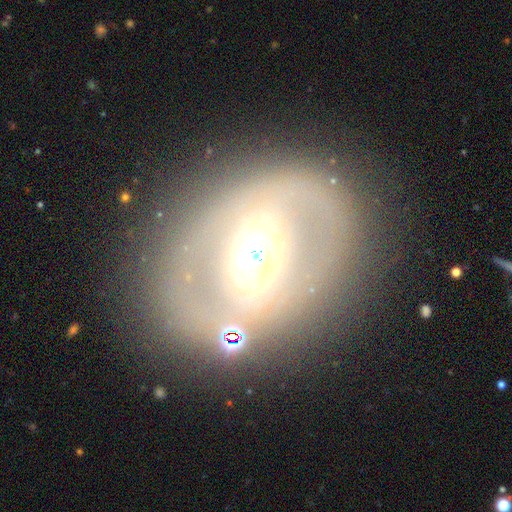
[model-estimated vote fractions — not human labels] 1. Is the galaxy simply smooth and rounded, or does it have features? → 66% featured or disk, 26% smooth, 9% star or artifact.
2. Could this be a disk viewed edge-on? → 93% no, 7% yes.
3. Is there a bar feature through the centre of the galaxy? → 35% strong, 34% weak, 31% no.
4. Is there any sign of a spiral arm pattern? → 65% no, 35% yes.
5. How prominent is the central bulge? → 53% moderate, 31% large, 9% small, 6% dominant, 1% none.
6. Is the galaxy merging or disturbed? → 76% none, 13% minor disturbance, 8% major disturbance, 3% merger.